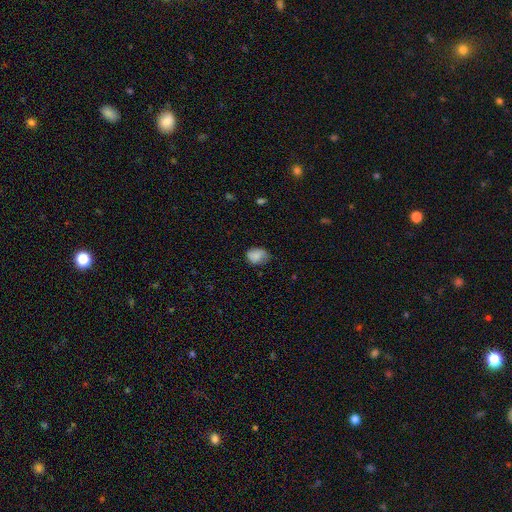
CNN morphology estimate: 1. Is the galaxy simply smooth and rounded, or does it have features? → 82% smooth, 10% featured or disk, 8% star or artifact.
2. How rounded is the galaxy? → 66% in between, 33% round, 1% cigar-shaped.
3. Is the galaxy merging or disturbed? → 55% none, 35% minor disturbance, 9% major disturbance, 1% merger.